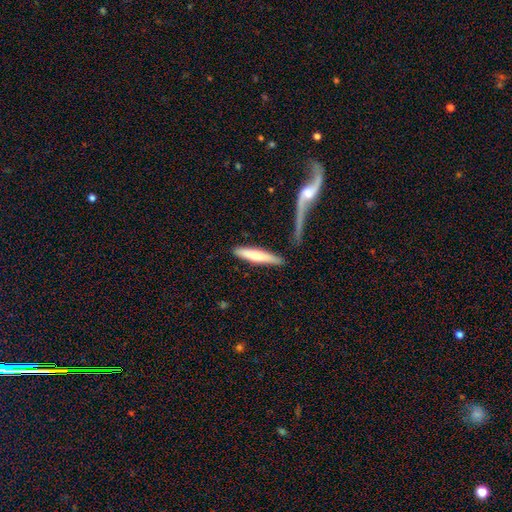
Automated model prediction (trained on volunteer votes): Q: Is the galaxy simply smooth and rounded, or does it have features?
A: smooth — 68%.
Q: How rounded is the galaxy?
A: cigar-shaped — 87%.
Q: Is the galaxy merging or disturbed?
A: none — 82%.